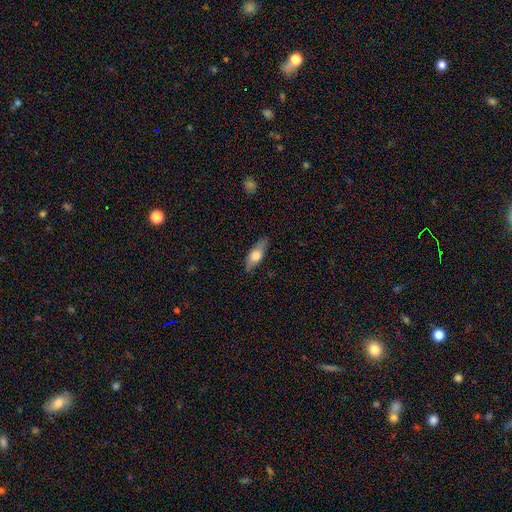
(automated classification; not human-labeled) Smooth or featured? smooth (62%)
How rounded? in between (67%)
Merging? none (84%)